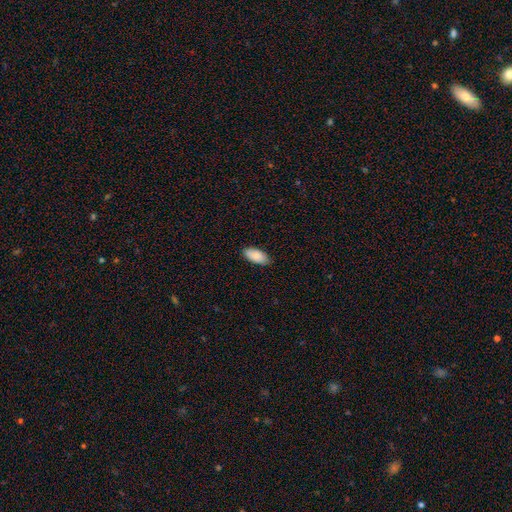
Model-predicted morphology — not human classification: smooth 89%, star or artifact 6%, featured or disk 5%. Down the decision tree: how rounded — in between (91%); merging — none (87%).